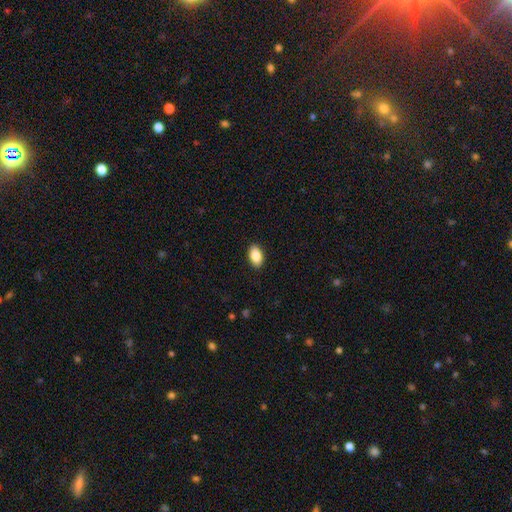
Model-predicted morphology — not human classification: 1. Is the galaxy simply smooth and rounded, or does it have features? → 87% smooth, 7% star or artifact, 6% featured or disk.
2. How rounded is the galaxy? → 91% in between, 7% round, 2% cigar-shaped.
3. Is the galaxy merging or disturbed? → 90% none, 8% minor disturbance, 2% major disturbance, 1% merger.